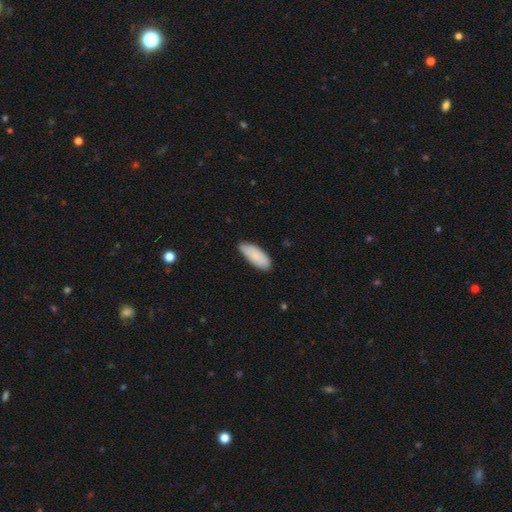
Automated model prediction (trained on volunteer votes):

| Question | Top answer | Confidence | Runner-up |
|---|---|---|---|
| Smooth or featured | smooth | 86% | featured or disk (8%) |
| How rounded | in between | 78% | cigar-shaped (20%) |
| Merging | none | 70% | minor disturbance (25%) |